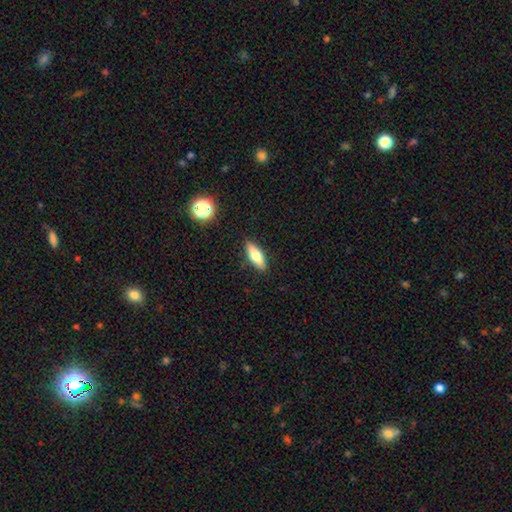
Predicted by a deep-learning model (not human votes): This appears to be a smooth galaxy with no disk features (68%) that is in between round and cigar-shaped (59%). Merging: none (89%).